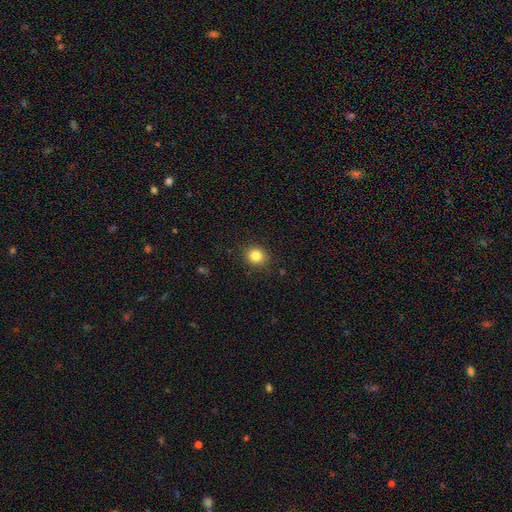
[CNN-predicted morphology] A smooth galaxy with no disk features (84%) that is round (82%).

Vote fractions:
- Smooth or featured? smooth: 84% / star or artifact: 11% / featured or disk: 5%
- How rounded? round: 82% / in between: 17% / cigar-shaped: 1%
- Merging? none: 90% / minor disturbance: 7% / major disturbance: 2% / merger: 1%